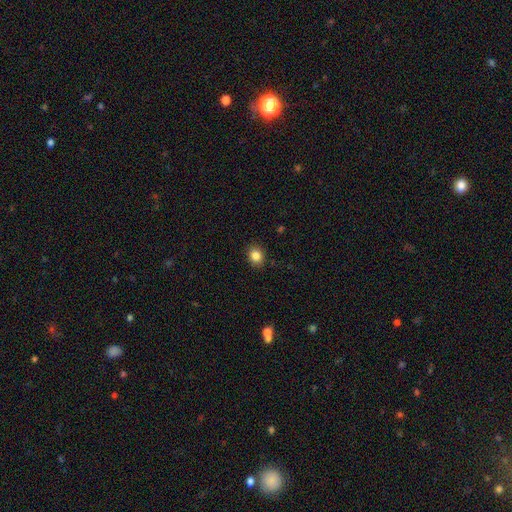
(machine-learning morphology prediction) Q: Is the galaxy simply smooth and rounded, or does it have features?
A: smooth — 85%.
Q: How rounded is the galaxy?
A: round — 60%.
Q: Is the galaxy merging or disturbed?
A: none — 89%.